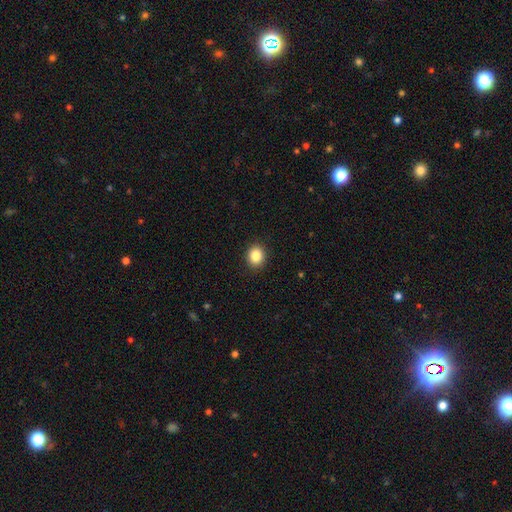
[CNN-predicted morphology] Smooth or featured: smooth — 86% (star or artifact — 10%)
How rounded: round — 69% (in between — 30%)
Merging: none — 91% (minor disturbance — 6%)